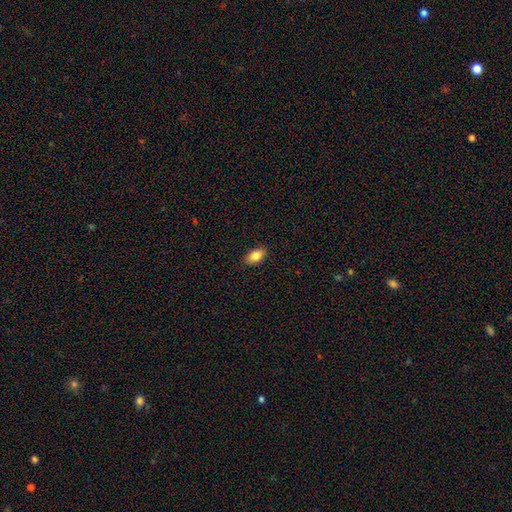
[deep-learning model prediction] The model was most divided on "smooth or featured": smooth: 83%, featured or disk: 9%, star or artifact: 8%. More confident: how rounded — in between (91%); merging — none (88%).